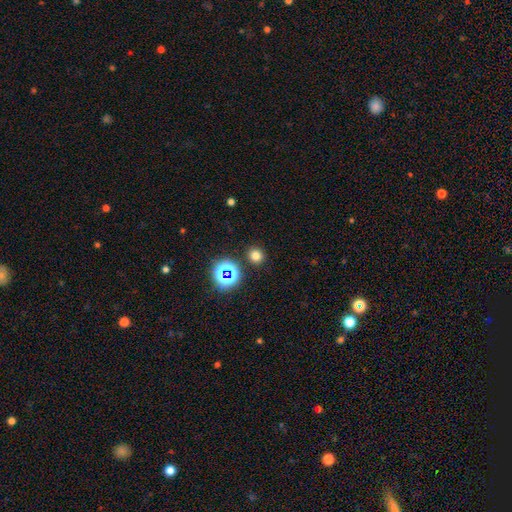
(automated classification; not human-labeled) Overall: smooth (73%). How rounded: round (85%). Merging: none (89%).